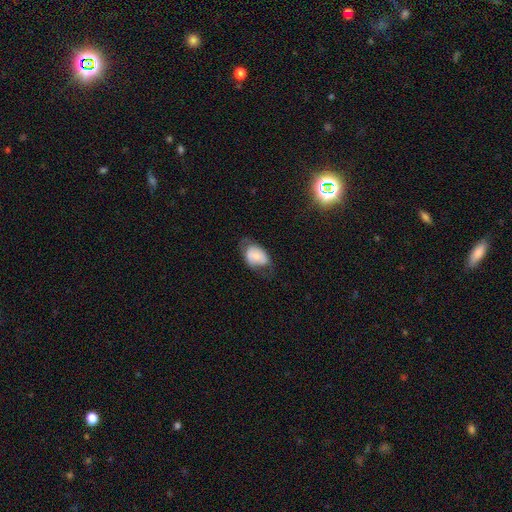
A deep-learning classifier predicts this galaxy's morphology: Overall: smooth (67%). How rounded: in between (83%). Merging: none (50%; minor disturbance 32%).